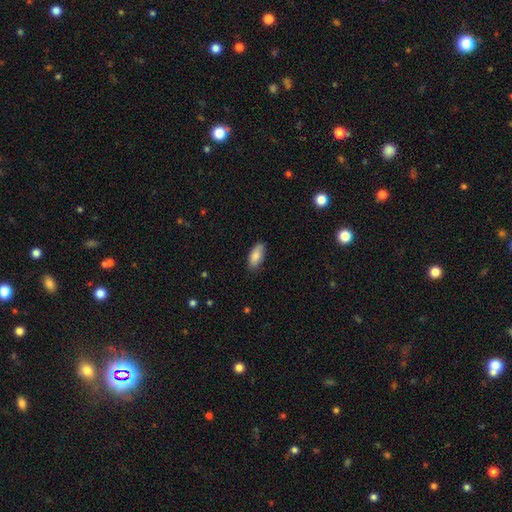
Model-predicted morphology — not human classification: Overall: smooth (85%). How rounded: in between (89%). Merging: none (83%).